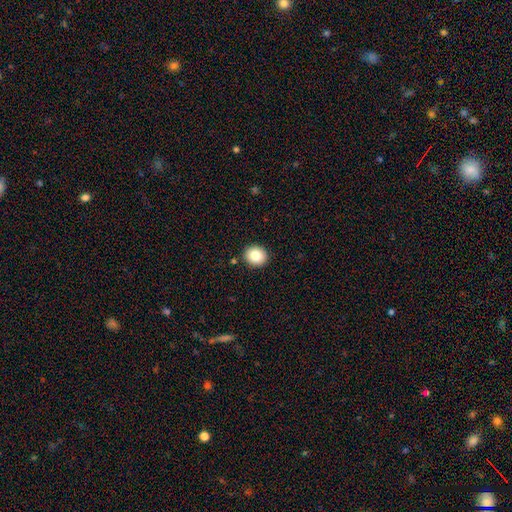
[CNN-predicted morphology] A smooth galaxy with no disk features (82%) that is round (83%).

Vote fractions:
- Smooth or featured? smooth: 82% / star or artifact: 10% / featured or disk: 9%
- How rounded? round: 83% / in between: 16% / cigar-shaped: 1%
- Merging? none: 90% / minor disturbance: 6% / merger: 2% / major disturbance: 2%